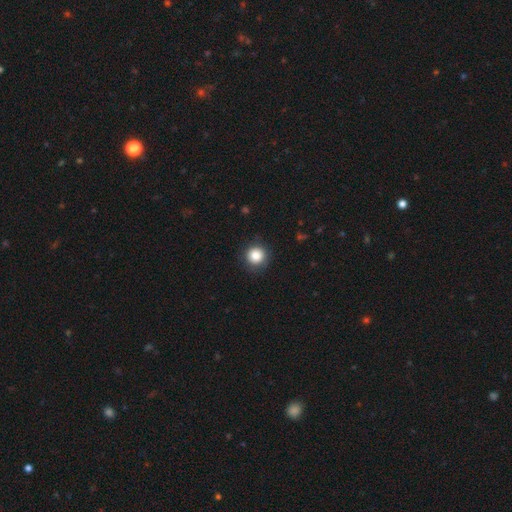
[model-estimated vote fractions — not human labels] This appears to be a smooth galaxy with no disk features (84%) that is round (94%). Merging: none (87%).